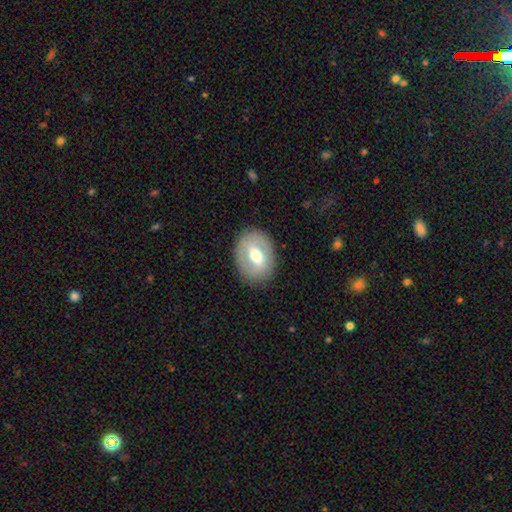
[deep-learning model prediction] The model was most divided on "smooth or featured": featured or disk: 52%, smooth: 42%, star or artifact: 6%. More confident: edge-on disk — no (91%); merging — none (84%).